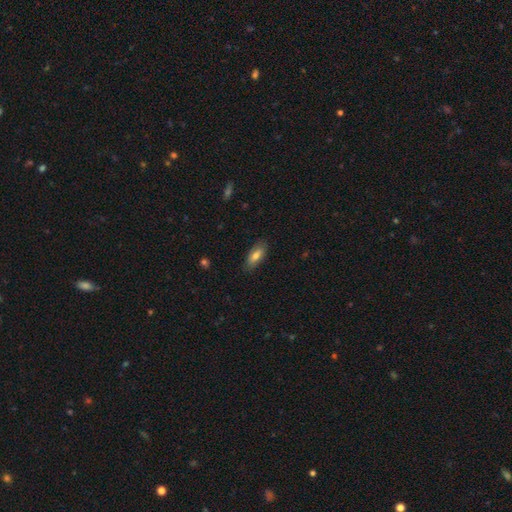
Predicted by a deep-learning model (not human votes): A smooth galaxy with no disk features (73%) that is in between round and cigar-shaped (79%).

Vote fractions:
- Smooth or featured? smooth: 73% / featured or disk: 20% / star or artifact: 7%
- How rounded? in between: 79% / cigar-shaped: 18% / round: 3%
- Merging? none: 84% / minor disturbance: 13% / major disturbance: 2% / merger: 1%